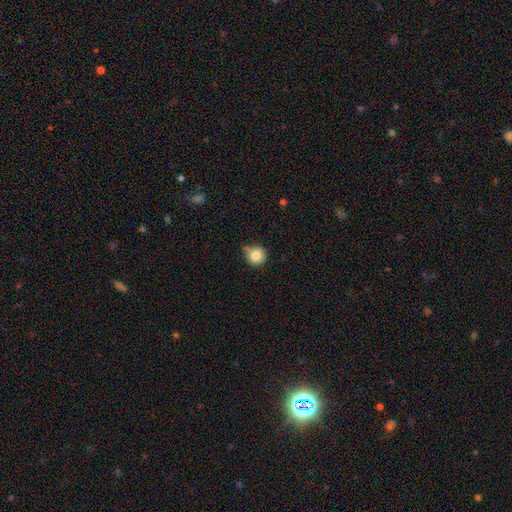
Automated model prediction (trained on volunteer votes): Smooth or featured? Predicted: smooth (p=0.82). How rounded? Predicted: round (p=0.93). Merging? Predicted: none (p=0.59).